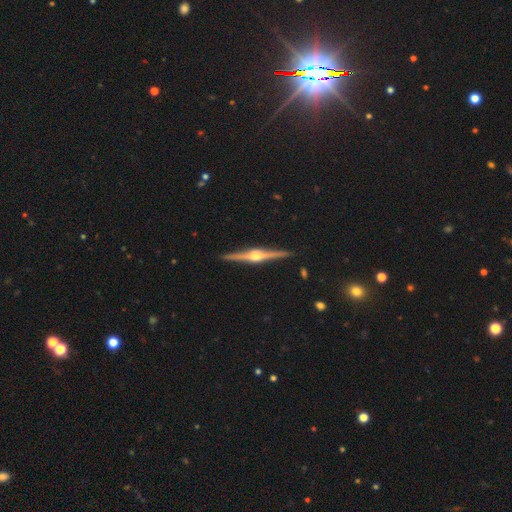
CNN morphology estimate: smooth_or_featured: featured or disk (p=0.88) [alt: smooth p=0.08]
disk_edge_on: yes (p=0.99) [alt: no p=0.01]
edge_on_bulge: rounded (p=0.95) [alt: boxy p=0.03]
merging: none (p=0.92) [alt: minor disturbance p=0.06]